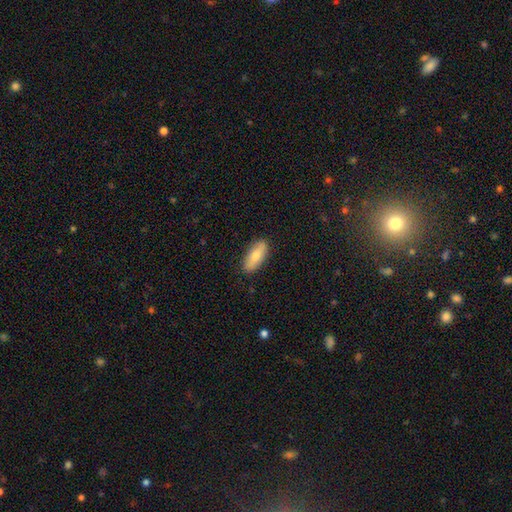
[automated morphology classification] type=smooth (73%); roundness=in between (76%); merging=none (87%).